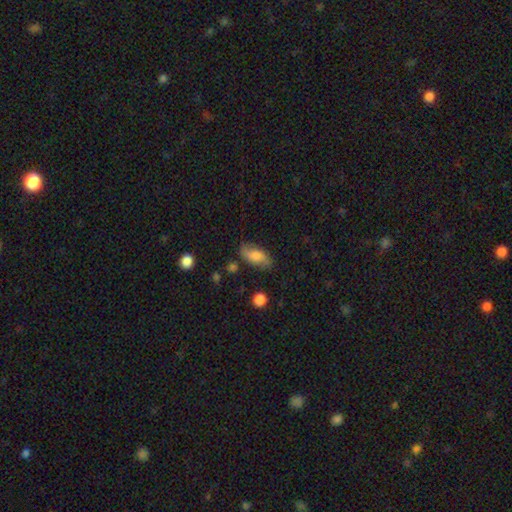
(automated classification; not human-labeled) Smooth or featured?
  - smooth: 56% *
  - featured or disk: 35%
  - star or artifact: 8%
How rounded?
  - in between: 85% *
  - cigar-shaped: 10%
  - round: 5%
Merging?
  - none: 73% *
  - minor disturbance: 19%
  - major disturbance: 5%
  - merger: 3%